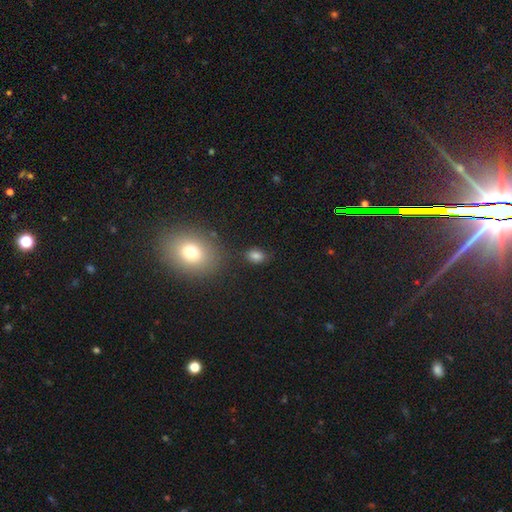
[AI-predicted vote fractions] smooth_or_featured: smooth (p=0.80) [alt: star or artifact p=0.14]
how_rounded: in between (p=0.72) [alt: round p=0.26]
merging: none (p=0.78) [alt: minor disturbance p=0.13]